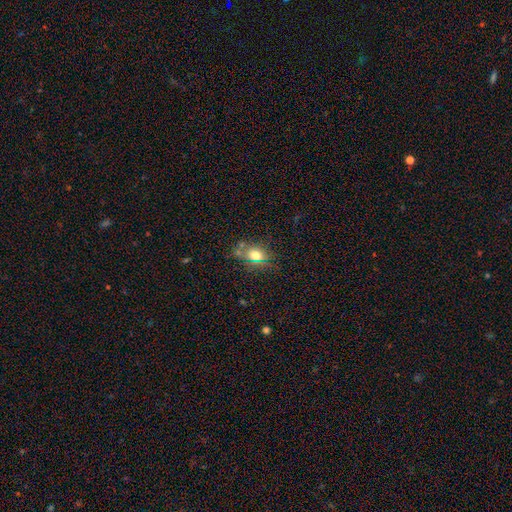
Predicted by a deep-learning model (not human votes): This appears to be a smooth galaxy with no disk features (66%) that is in between round and cigar-shaped (52%). Merging: none (65%).